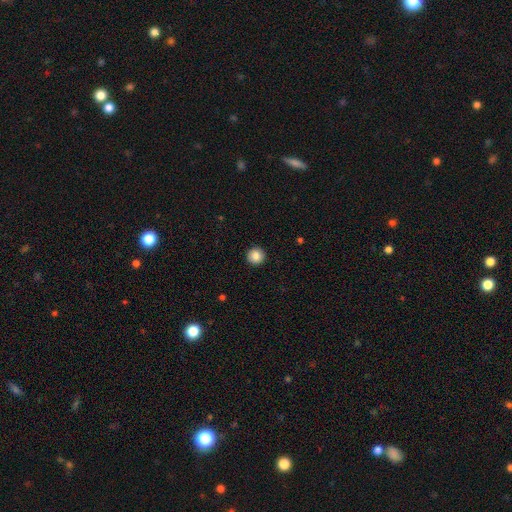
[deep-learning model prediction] Smooth or featured? Predicted: smooth (p=0.85). How rounded? Predicted: round (p=0.95). Merging? Predicted: none (p=0.93).